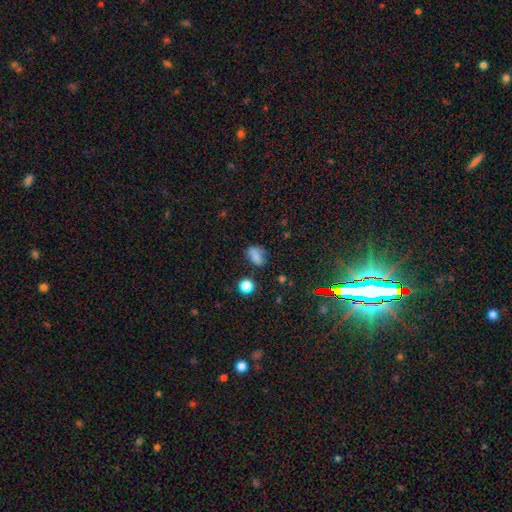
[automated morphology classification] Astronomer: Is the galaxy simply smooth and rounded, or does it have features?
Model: smooth — 74%.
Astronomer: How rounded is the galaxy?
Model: in between — 76%.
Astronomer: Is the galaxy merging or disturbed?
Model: none — 54%.